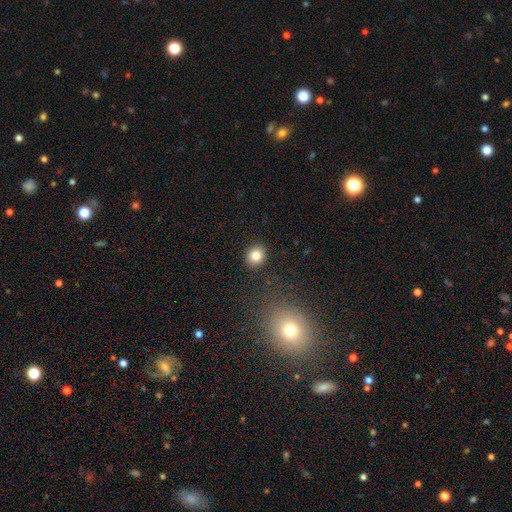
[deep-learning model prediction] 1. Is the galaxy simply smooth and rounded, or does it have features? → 83% smooth, 11% star or artifact, 6% featured or disk.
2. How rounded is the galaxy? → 76% round, 23% in between, 1% cigar-shaped.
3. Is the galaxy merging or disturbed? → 90% none, 6% minor disturbance, 2% major disturbance, 2% merger.